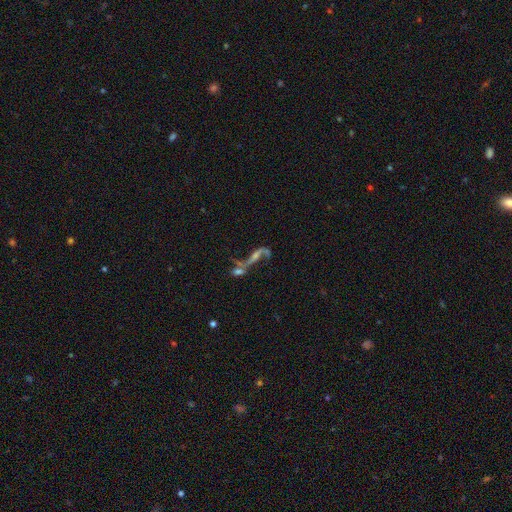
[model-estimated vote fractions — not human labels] Smooth or featured? Predicted: featured or disk (p=0.68). Edge-on disk? Predicted: no (p=0.79). Bar? Predicted: no (p=0.57). Spiral arms? Predicted: yes (p=0.71). Bulge size? Predicted: small (p=0.39). Merging? Predicted: merger (p=0.48).